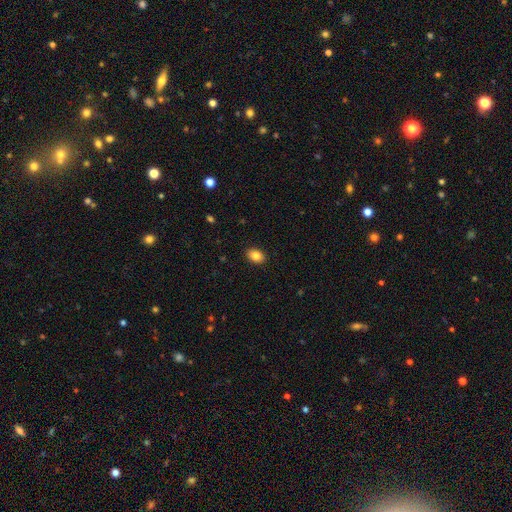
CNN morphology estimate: The model was most divided on "how rounded": in between: 80%, round: 19%, cigar-shaped: 1%. More confident: merging — none (90%); smooth or featured — smooth (85%).